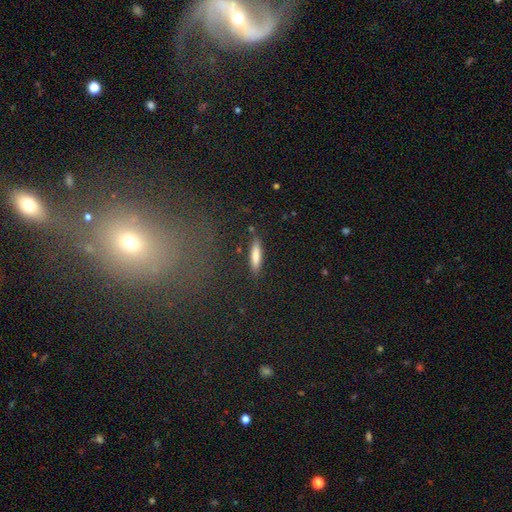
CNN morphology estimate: smooth 80%, featured or disk 14%, star or artifact 6%. Down the decision tree: how rounded — cigar-shaped (76%); merging — none (84%).